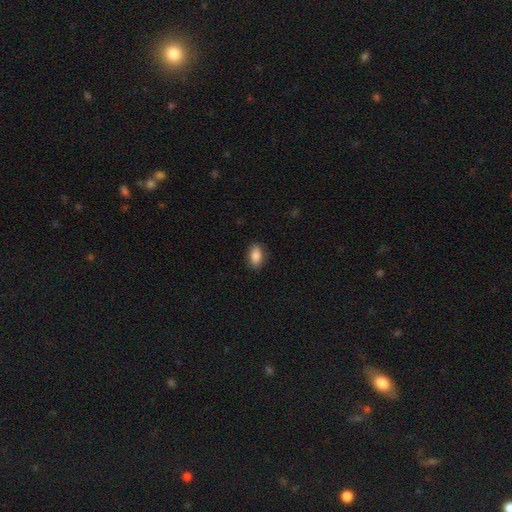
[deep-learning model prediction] Smooth or featured?
  - smooth: 88% *
  - star or artifact: 7%
  - featured or disk: 6%
How rounded?
  - in between: 90% *
  - round: 6%
  - cigar-shaped: 5%
Merging?
  - none: 85% *
  - minor disturbance: 11%
  - major disturbance: 3%
  - merger: 1%